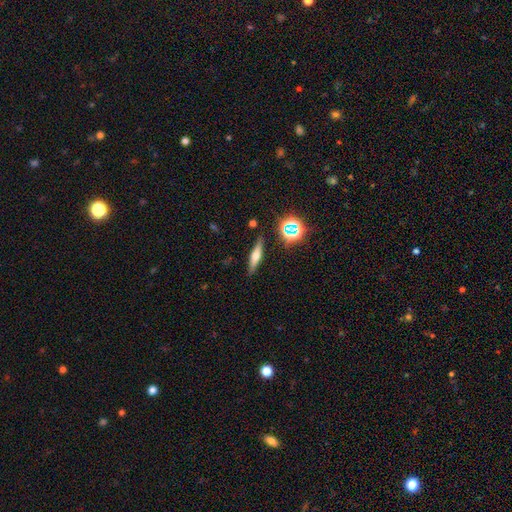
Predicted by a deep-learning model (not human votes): Smooth or featured? featured or disk (45%)
Merging? none (86%)